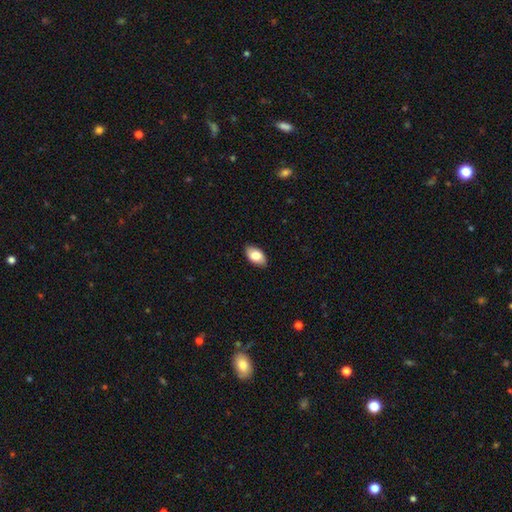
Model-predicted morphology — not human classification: smooth-or-featured: smooth: 79% | featured or disk: 15% | star or artifact: 6%
  how-rounded: in between: 94% | round: 4% | cigar-shaped: 2%
  merging: none: 87% | minor disturbance: 10% | major disturbance: 2% | merger: 1%